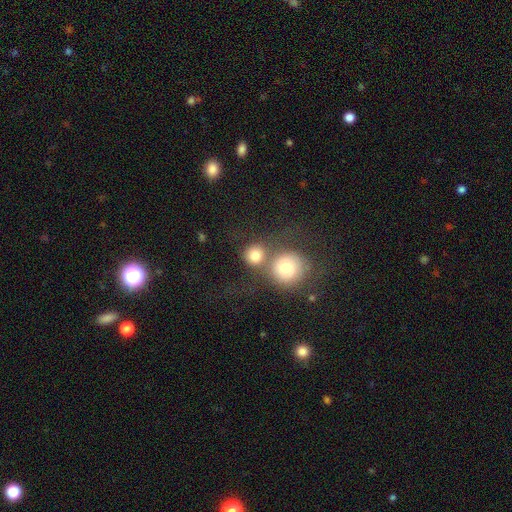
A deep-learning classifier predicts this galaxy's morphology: The model was most divided on "merging": merger: 49%, none: 36%, minor disturbance: 8%, major disturbance: 7%. More confident: how rounded — round (86%); smooth or featured — smooth (74%).